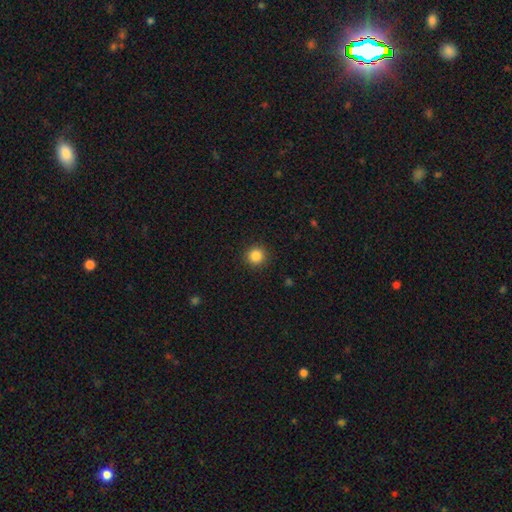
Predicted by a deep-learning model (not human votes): Smooth or featured? Predicted: smooth (p=0.86). How rounded? Predicted: round (p=0.94). Merging? Predicted: none (p=0.92).